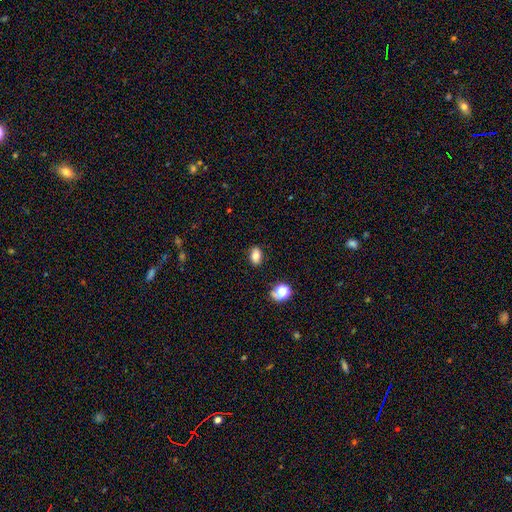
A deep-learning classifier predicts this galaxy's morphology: smooth_or_featured: smooth (p=0.77) [alt: star or artifact p=0.13]
how_rounded: in between (p=0.78) [alt: round p=0.20]
merging: none (p=0.86) [alt: minor disturbance p=0.10]